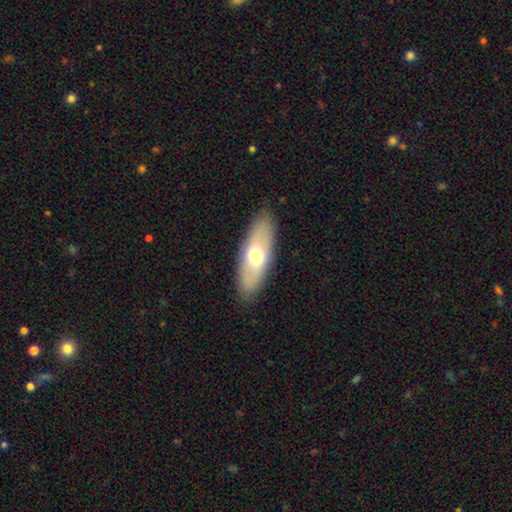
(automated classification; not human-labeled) A smooth galaxy with no disk features (62%) that is in between round and cigar-shaped (69%).

Vote fractions:
- Smooth or featured? smooth: 62% / featured or disk: 32% / star or artifact: 6%
- How rounded? in between: 69% / cigar-shaped: 28% / round: 3%
- Merging? none: 87% / minor disturbance: 9% / major disturbance: 2% / merger: 1%